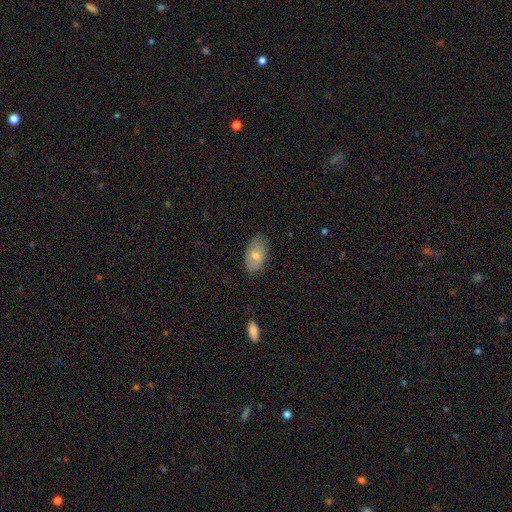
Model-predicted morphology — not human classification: Smooth or featured? Predicted: smooth (p=0.66). How rounded? Predicted: in between (p=0.93). Merging? Predicted: none (p=0.82).